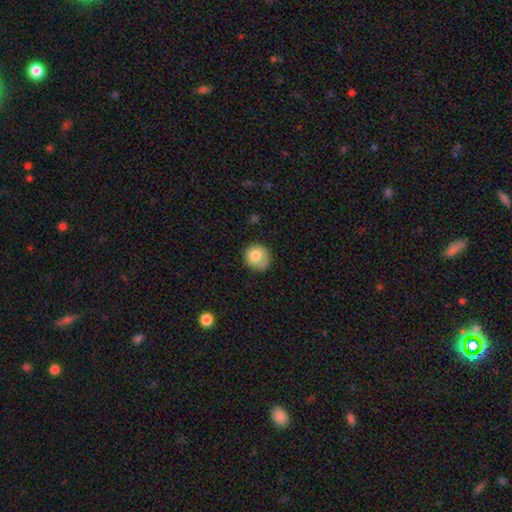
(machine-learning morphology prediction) Overall: smooth (80%). How rounded: round (88%). Merging: none (72%).